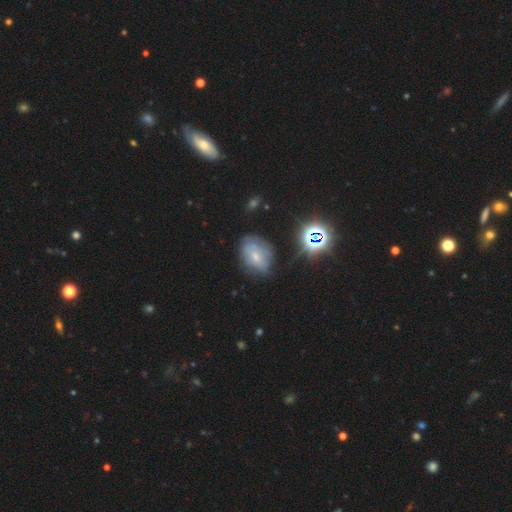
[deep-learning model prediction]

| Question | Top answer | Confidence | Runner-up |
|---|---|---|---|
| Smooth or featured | smooth | 42% | featured or disk (37%) |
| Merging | none | 61% | minor disturbance (25%) |